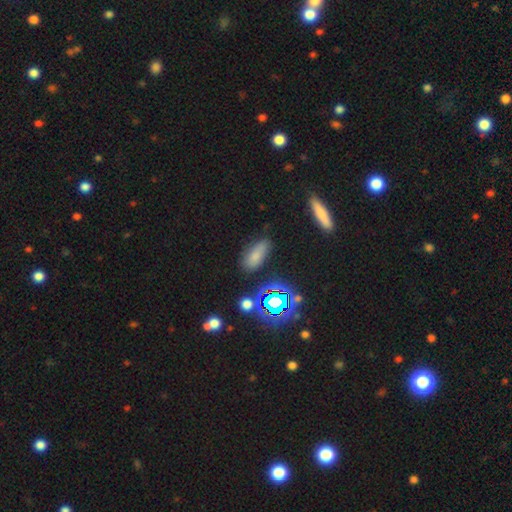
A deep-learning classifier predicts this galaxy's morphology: Overall: smooth (66%). How rounded: in between (84%). Merging: none (73%).